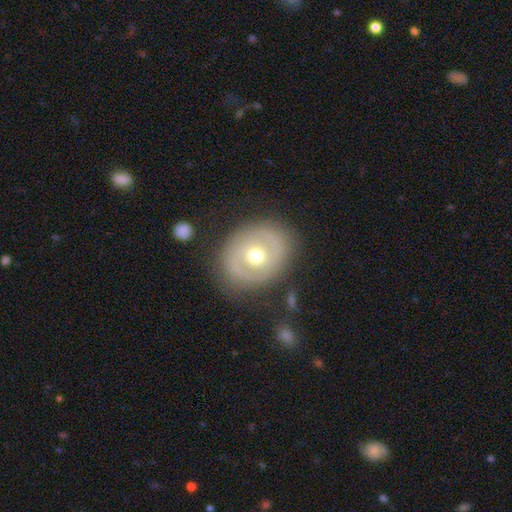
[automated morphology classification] The model was most divided on "spiral arms": no: 60%, yes: 40%. More confident: edge-on disk — no (96%); merging — none (81%); bar — no (79%); bulge size — moderate (75%); smooth or featured — featured or disk (65%).